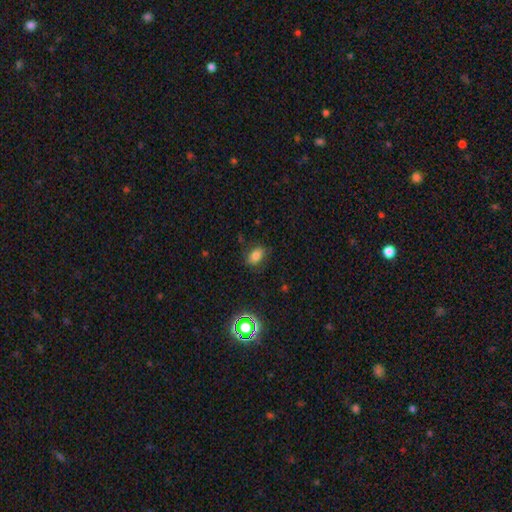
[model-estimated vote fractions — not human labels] smooth-or-featured: smooth: 75% | star or artifact: 15% | featured or disk: 10%
  how-rounded: in between: 83% | round: 15% | cigar-shaped: 3%
  merging: none: 75% | minor disturbance: 18% | major disturbance: 5% | merger: 1%